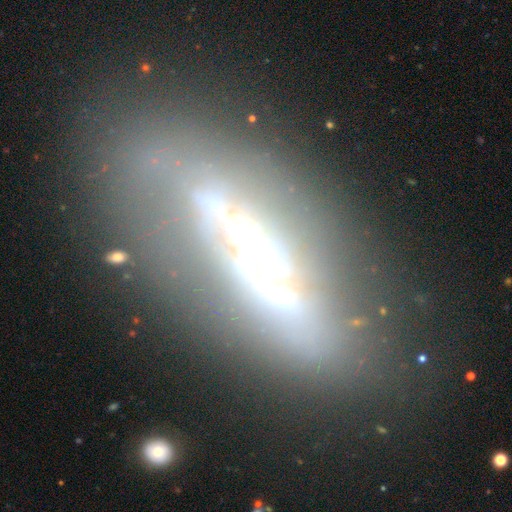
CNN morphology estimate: type=featured or disk (72%); edge-on=yes (61%); merging=none (66%).